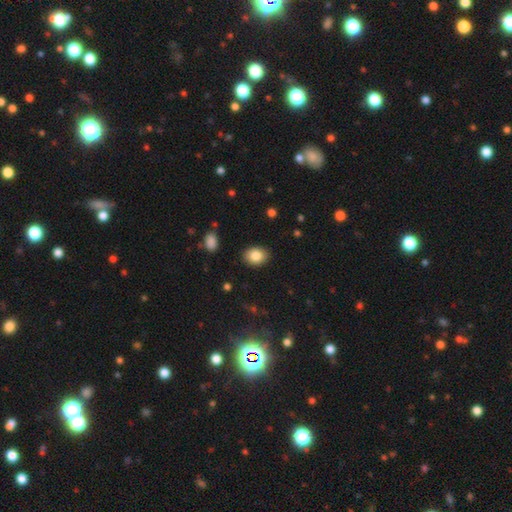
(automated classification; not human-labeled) Smooth or featured?
  - smooth: 85% *
  - star or artifact: 8%
  - featured or disk: 7%
How rounded?
  - in between: 64% *
  - round: 35%
  - cigar-shaped: 1%
Merging?
  - none: 89% *
  - minor disturbance: 8%
  - major disturbance: 2%
  - merger: 1%